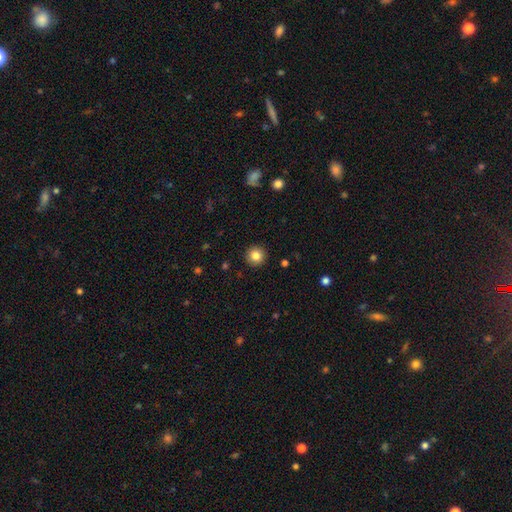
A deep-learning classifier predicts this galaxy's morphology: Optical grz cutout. It shows a smooth galaxy with no disk features (84%) that is round (95%). Merging: none (93%).